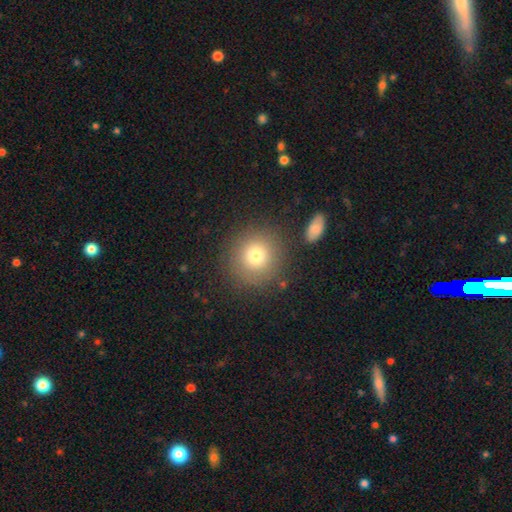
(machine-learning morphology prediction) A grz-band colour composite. It shows a smooth galaxy with no disk features (76%) that is round (92%). Merging: none (83%).